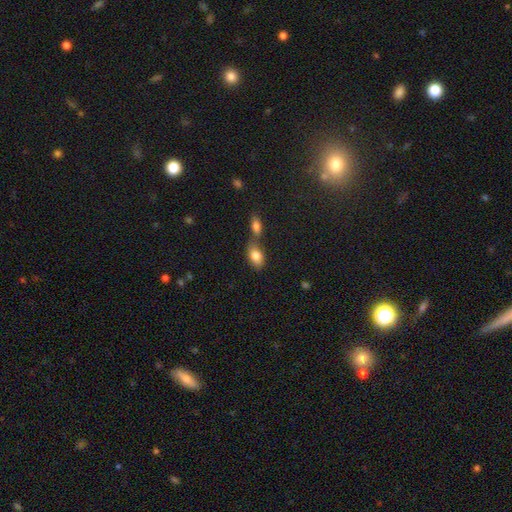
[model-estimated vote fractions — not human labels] Smooth or featured? smooth (81%)
How rounded? in between (86%)
Merging? none (42%, tied with merger)